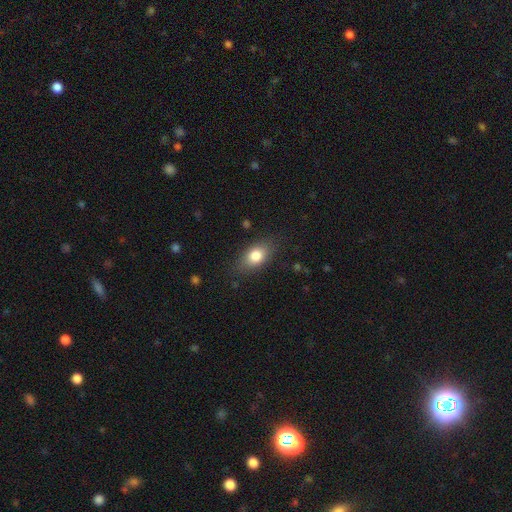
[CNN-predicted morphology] Smooth or featured? Predicted: smooth (p=0.80). How rounded? Predicted: in between (p=0.82). Merging? Predicted: none (p=0.81).